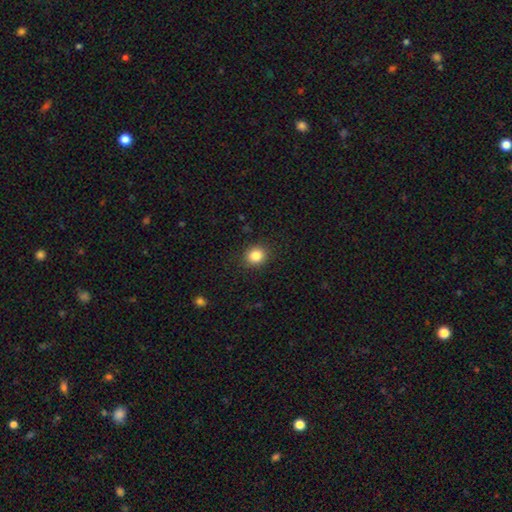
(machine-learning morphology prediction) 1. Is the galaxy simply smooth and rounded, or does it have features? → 84% smooth, 11% star or artifact, 5% featured or disk.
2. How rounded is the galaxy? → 76% round, 23% in between, 1% cigar-shaped.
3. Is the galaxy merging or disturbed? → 90% none, 7% minor disturbance, 2% major disturbance, 1% merger.